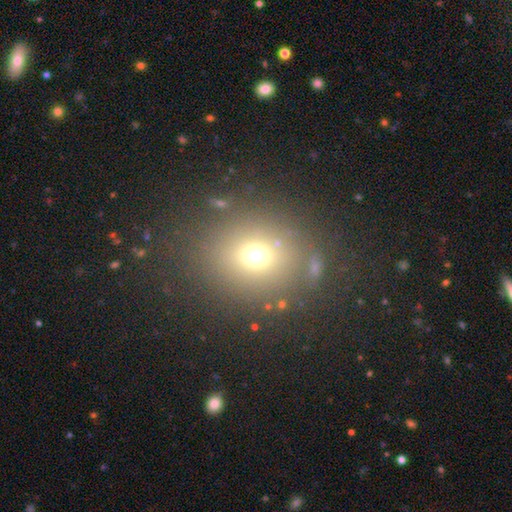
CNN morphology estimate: This appears to be a smooth galaxy with no disk features (67%) that is round (70%). Merging: none (78%).